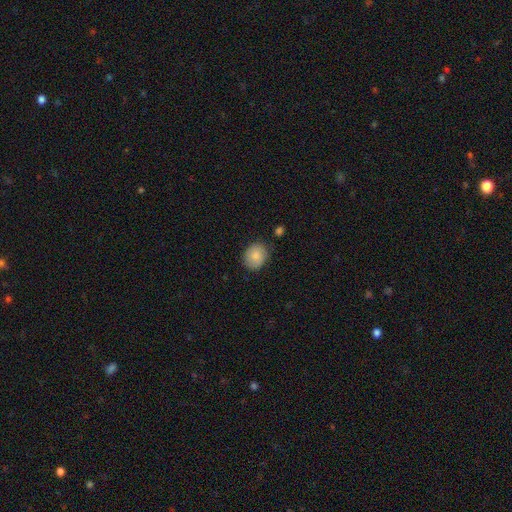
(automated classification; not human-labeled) Smooth or featured?
  - smooth: 85% *
  - featured or disk: 8%
  - star or artifact: 7%
How rounded?
  - round: 59% *
  - in between: 40%
  - cigar-shaped: 1%
Merging?
  - none: 79% *
  - minor disturbance: 16%
  - major disturbance: 3%
  - merger: 2%